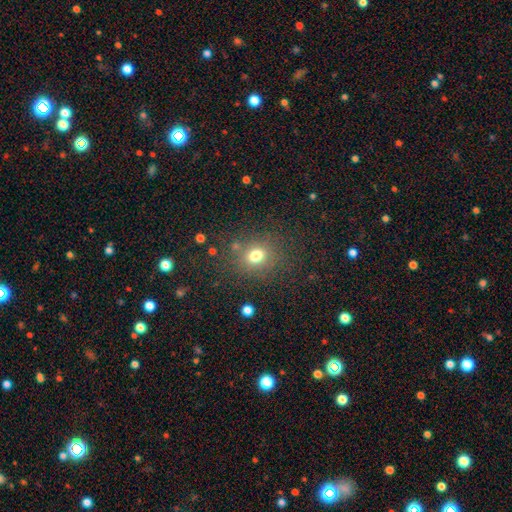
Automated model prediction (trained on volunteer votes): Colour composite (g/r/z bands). It shows a smooth galaxy with no disk features (74%) that is round (71%). Merging: none (78%).